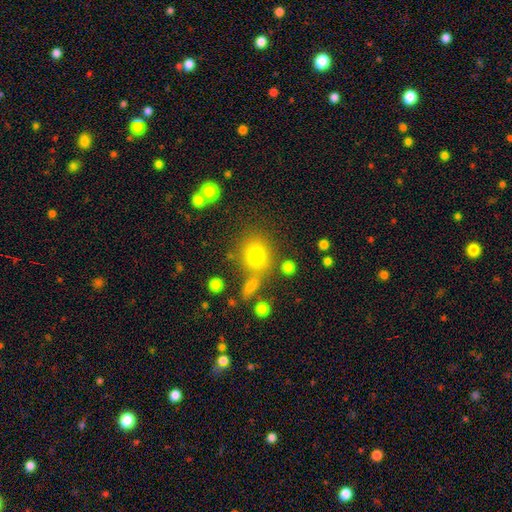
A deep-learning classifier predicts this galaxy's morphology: The model was most divided on "merging": none: 67%, merger: 17%, minor disturbance: 11%, major disturbance: 5%. More confident: how rounded — round (75%); smooth or featured — smooth (75%).